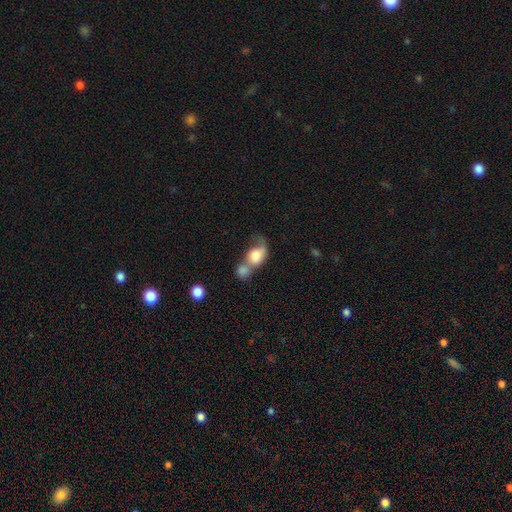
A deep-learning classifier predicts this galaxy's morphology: Q: Smooth or featured?
A: smooth (65%); runner-up: featured or disk (26%)
Q: How rounded?
A: in between (64%); runner-up: round (33%)
Q: Merging?
A: merger (68%); runner-up: major disturbance (13%)